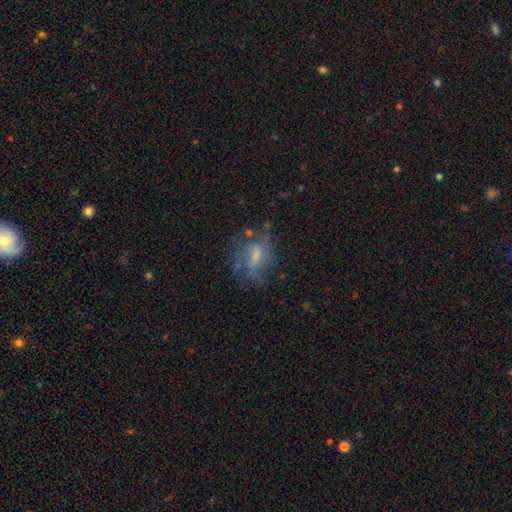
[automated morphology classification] Smooth or featured?
  - featured or disk: 55% *
  - smooth: 34%
  - star or artifact: 11%
Edge-on disk?
  - no: 92% *
  - yes: 8%
Bar?
  - weak: 47% *
  - no: 30%
  - strong: 23%
Spiral arms?
  - yes: 60% *
  - no: 40%
Bulge size?
  - moderate: 35% *
  - small: 33%
  - none: 24%
  - large: 7%
  - dominant: 1%
Merging?
  - none: 53% *
  - minor disturbance: 24%
  - major disturbance: 20%
  - merger: 4%